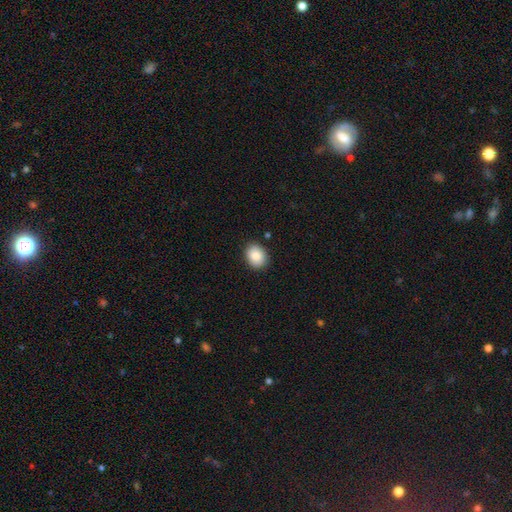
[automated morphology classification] smooth 88%, star or artifact 7%, featured or disk 5%. Down the decision tree: how rounded — in between (52%); merging — none (89%).